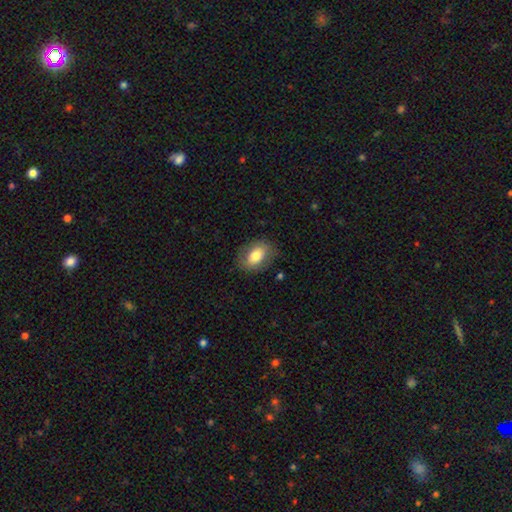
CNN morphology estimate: smooth-or-featured: smooth: 74% | featured or disk: 19% | star or artifact: 7%
  how-rounded: in between: 78% | round: 21% | cigar-shaped: 1%
  merging: none: 79% | minor disturbance: 14% | major disturbance: 5% | merger: 1%